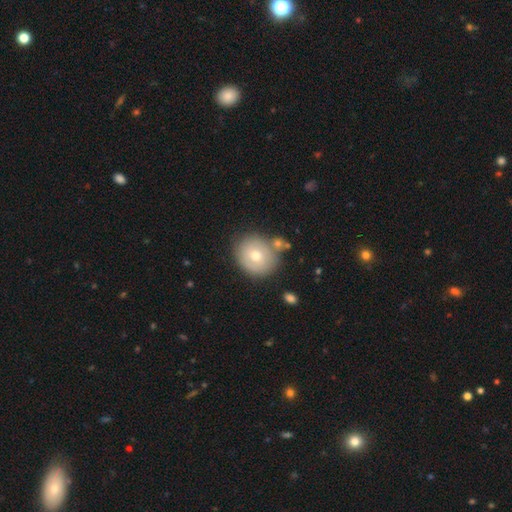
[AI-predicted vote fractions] smooth_or_featured: smooth (p=0.64) [alt: featured or disk p=0.29]
how_rounded: round (p=0.79) [alt: in between p=0.20]
merging: none (p=0.71) [alt: minor disturbance p=0.15]